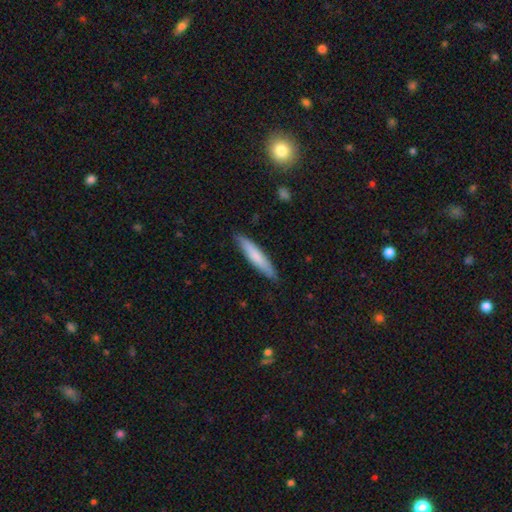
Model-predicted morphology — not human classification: smooth 73%, featured or disk 22%, star or artifact 5%. Down the decision tree: how rounded — cigar-shaped (88%); merging — none (86%).